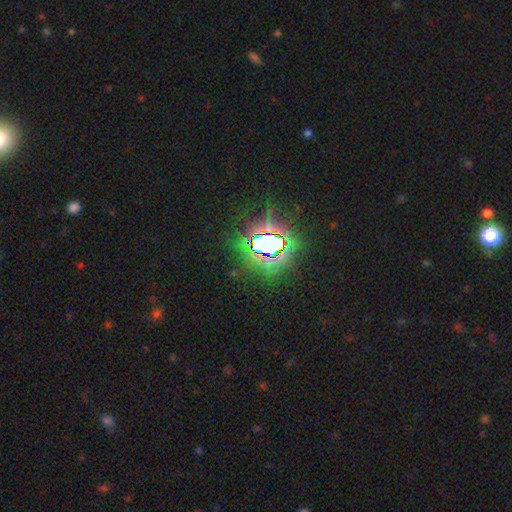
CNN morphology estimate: type=star or artifact (82%).